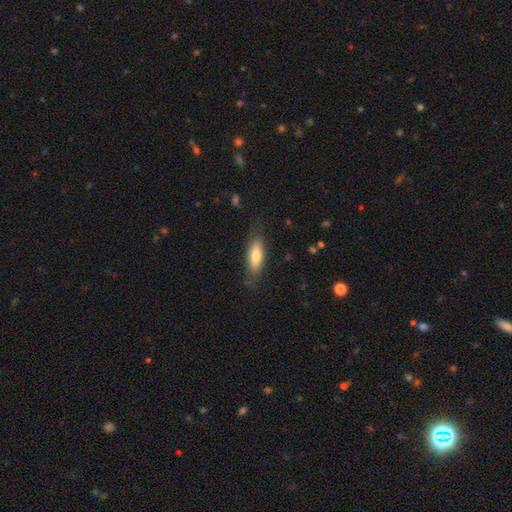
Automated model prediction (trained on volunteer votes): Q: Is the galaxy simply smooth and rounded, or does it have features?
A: smooth — 70%.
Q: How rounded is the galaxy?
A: in between — 61%.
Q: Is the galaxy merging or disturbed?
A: none — 75%.